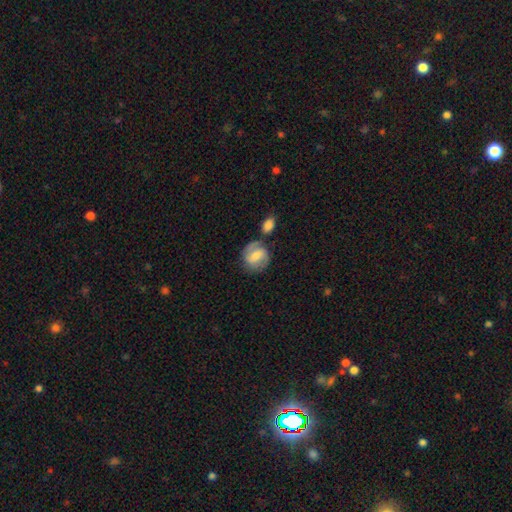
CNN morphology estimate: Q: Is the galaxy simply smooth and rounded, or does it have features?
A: featured or disk — 47%.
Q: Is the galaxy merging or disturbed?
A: none — 57%.